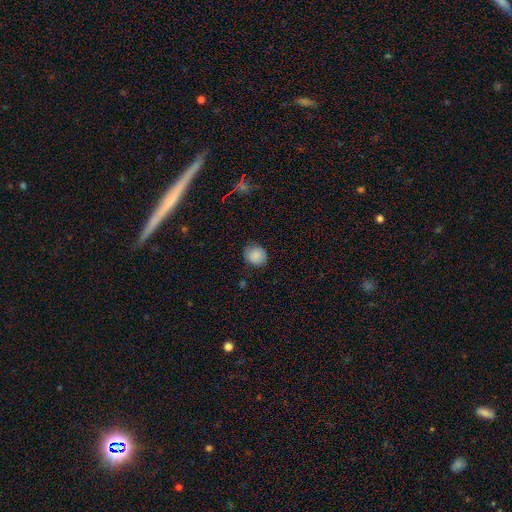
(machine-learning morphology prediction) Overall: smooth (87%). How rounded: round (79%). Merging: none (79%).